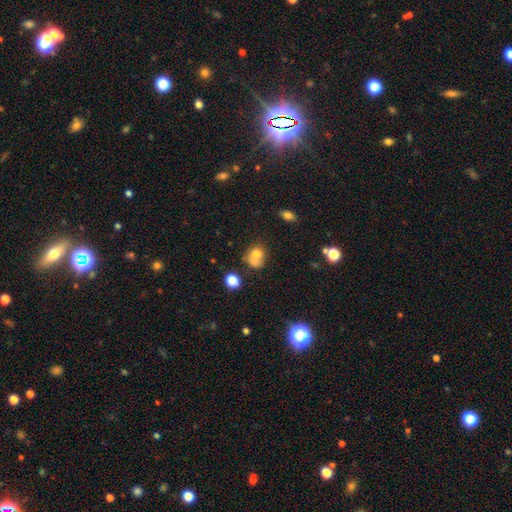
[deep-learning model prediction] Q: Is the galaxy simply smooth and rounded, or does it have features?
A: smooth — 72%.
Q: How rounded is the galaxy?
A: round — 59%.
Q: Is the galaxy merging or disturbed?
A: merger — 36%.